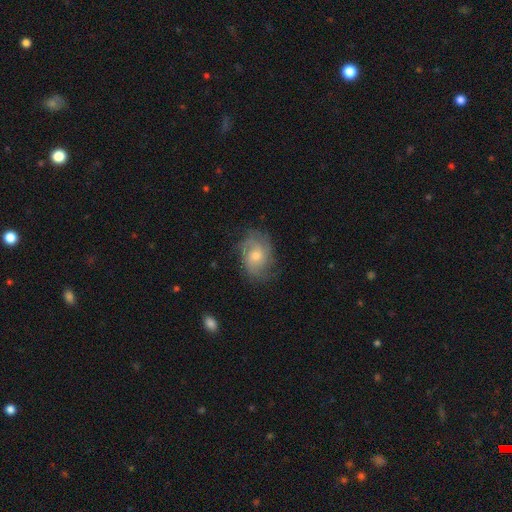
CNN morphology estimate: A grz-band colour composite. It shows a featured or disk galaxy (66%) with no bar (71%), tight (47%) spiral arms (89%) and a moderate central bulge (62%). Merging: none (72%).